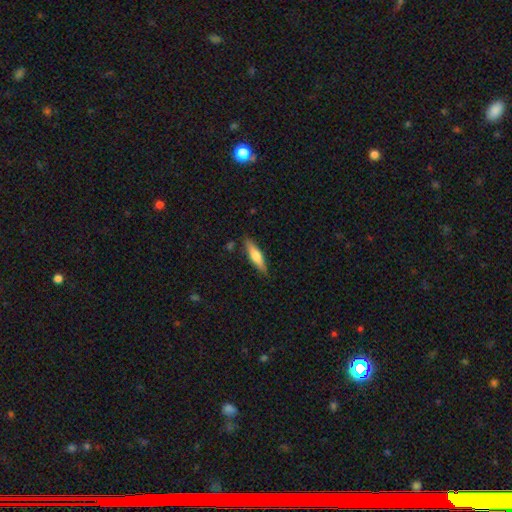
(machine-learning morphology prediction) A smooth galaxy with no disk features (59%) that is cigar-shaped (71%). Merging: none (84%).